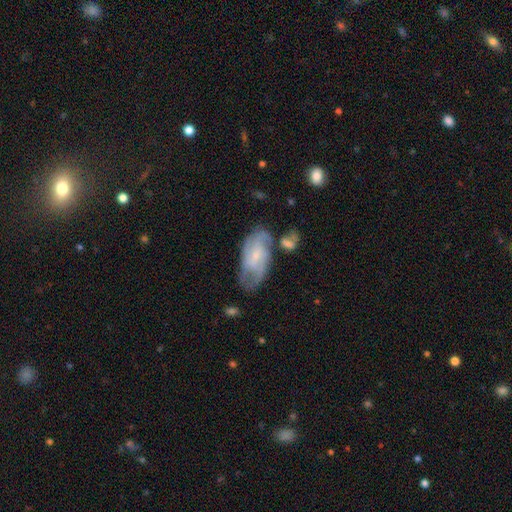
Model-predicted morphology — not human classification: Smooth or featured? featured or disk (71%)
Edge-on disk? no (95%)
Bar? no (55%)
Spiral arms? yes (88%)
Spiral winding? medium (44%)
Spiral arm count? 2 (38%)
Bulge size? small (73%)
Merging? none (53%)